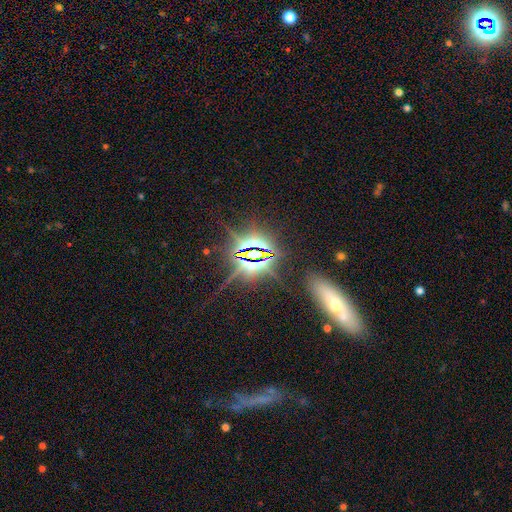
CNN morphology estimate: Smooth or featured?
  - star or artifact: 83% *
  - featured or disk: 10%
  - smooth: 7%